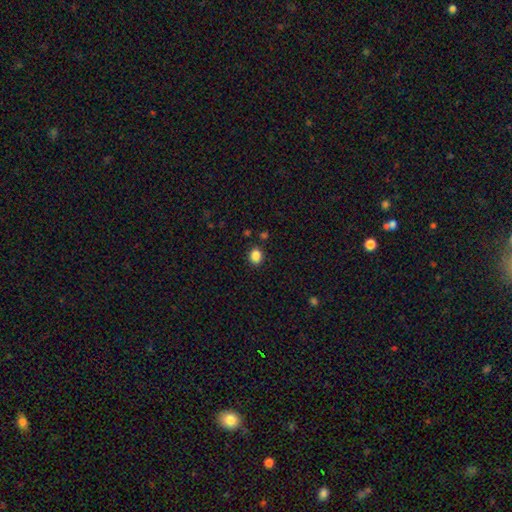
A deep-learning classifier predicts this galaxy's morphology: A smooth galaxy with no disk features (86%) that is round (52%).

Vote fractions:
- Smooth or featured? smooth: 86% / star or artifact: 10% / featured or disk: 4%
- How rounded? round: 52% / in between: 47% / cigar-shaped: 1%
- Merging? none: 86% / minor disturbance: 8% / merger: 3% / major disturbance: 2%